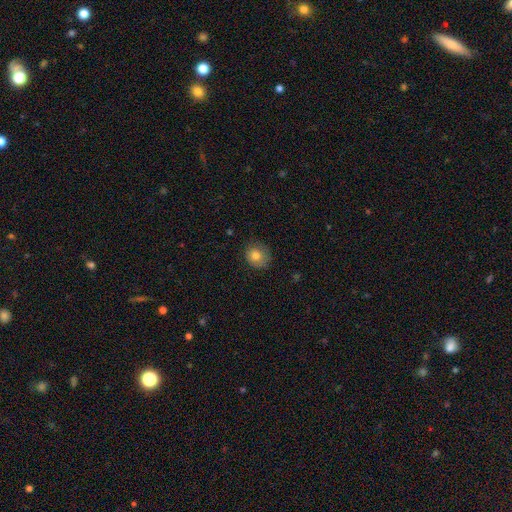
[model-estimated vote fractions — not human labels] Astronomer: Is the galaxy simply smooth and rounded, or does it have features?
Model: smooth — 79%.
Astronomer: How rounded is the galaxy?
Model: round — 77%.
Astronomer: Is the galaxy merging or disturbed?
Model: none — 78%.